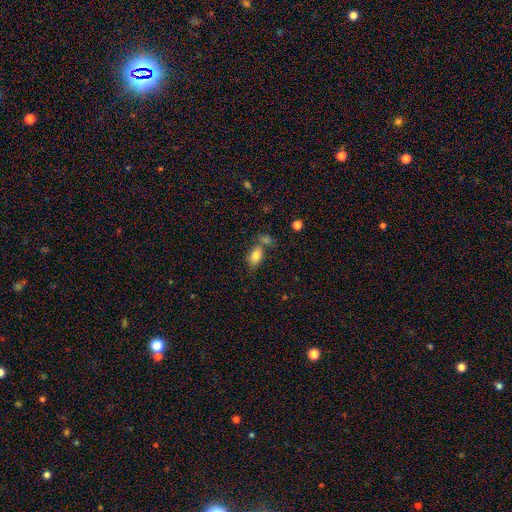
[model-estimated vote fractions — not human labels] Smooth or featured? Predicted: smooth (p=0.81). How rounded? Predicted: in between (p=0.88). Merging? Predicted: none (p=0.56).